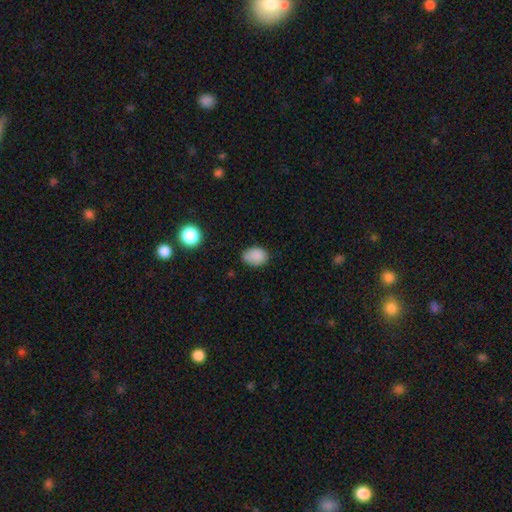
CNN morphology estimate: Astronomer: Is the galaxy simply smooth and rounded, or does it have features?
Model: smooth — 86%.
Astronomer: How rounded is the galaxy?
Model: in between — 73%.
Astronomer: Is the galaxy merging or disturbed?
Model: none — 68%.